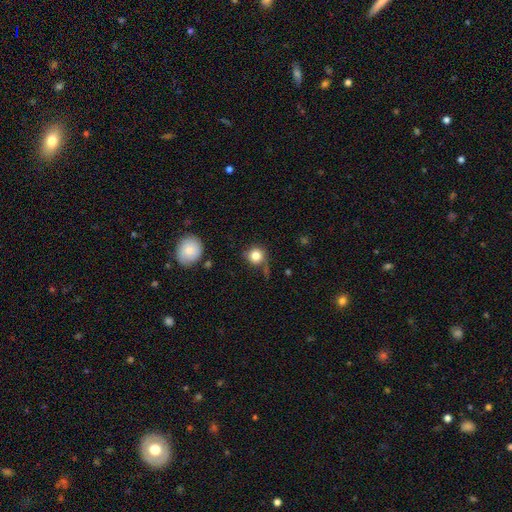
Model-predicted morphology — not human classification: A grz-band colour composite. It shows a smooth galaxy with no disk features (81%) that is round (91%). Merging: none (59%).